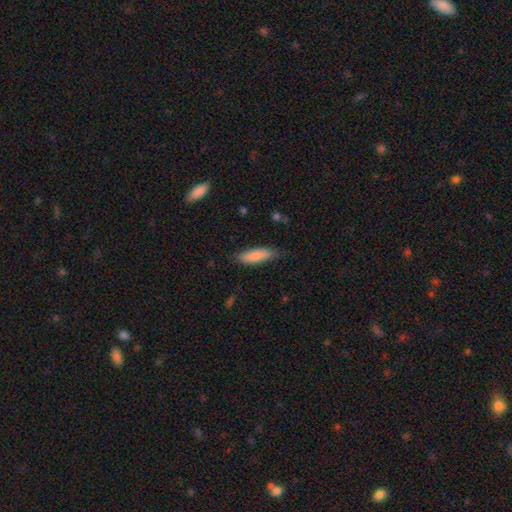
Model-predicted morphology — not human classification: type=smooth (85%); roundness=in between (52%); merging=none (79%).